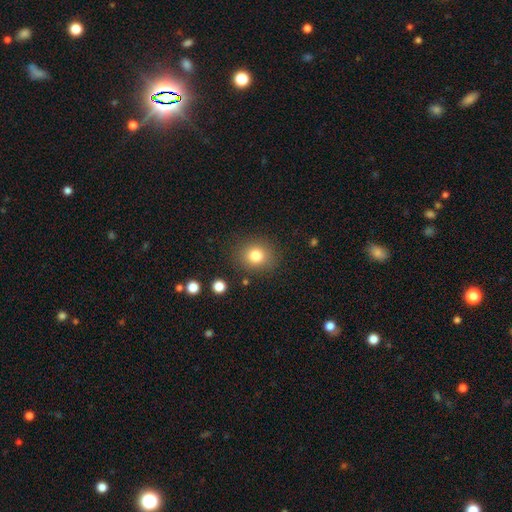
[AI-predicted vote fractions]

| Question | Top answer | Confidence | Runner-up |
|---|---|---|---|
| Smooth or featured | smooth | 80% | star or artifact (12%) |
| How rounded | round | 76% | in between (23%) |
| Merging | none | 86% | minor disturbance (9%) |